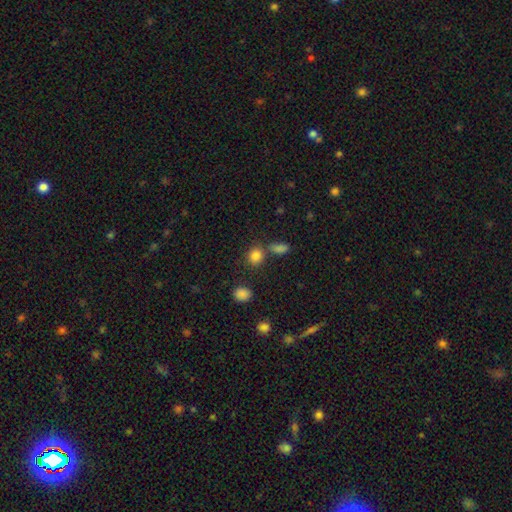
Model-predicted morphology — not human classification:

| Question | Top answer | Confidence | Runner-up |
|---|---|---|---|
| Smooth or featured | smooth | 83% | star or artifact (12%) |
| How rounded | round | 73% | in between (25%) |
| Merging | none | 67% | merger (19%) |